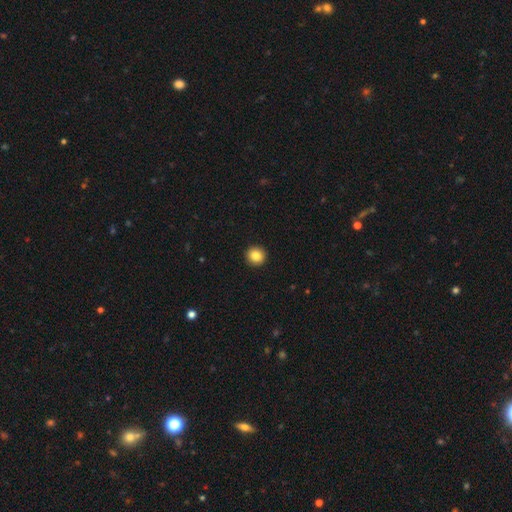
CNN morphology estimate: Smooth or featured: smooth — 85% (star or artifact — 9%)
How rounded: round — 94% (in between — 5%)
Merging: none — 93% (minor disturbance — 4%)